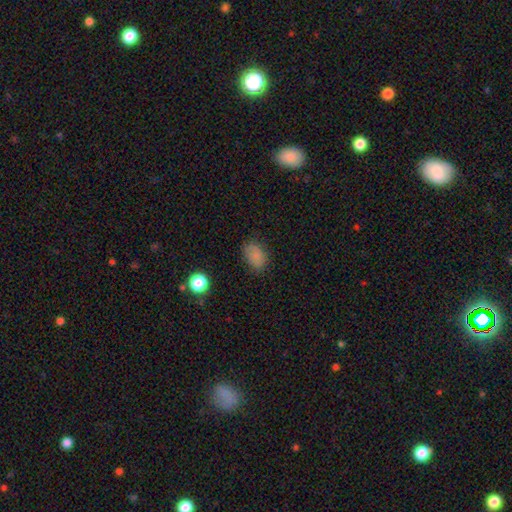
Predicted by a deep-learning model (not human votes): Smooth or featured? smooth (81%)
How rounded? in between (78%)
Merging? none (73%)